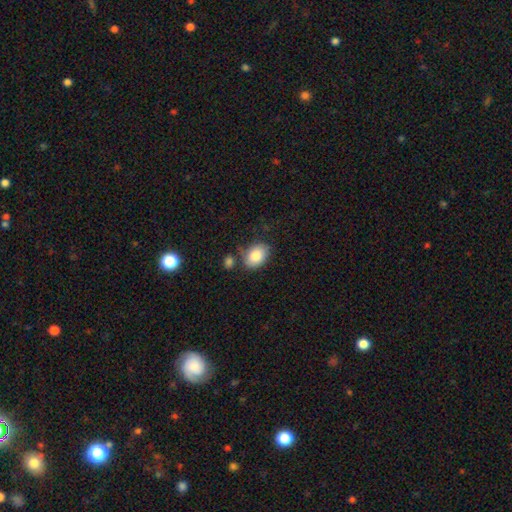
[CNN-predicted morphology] Smooth or featured? smooth (83%)
How rounded? in between (79%)
Merging? none (68%)